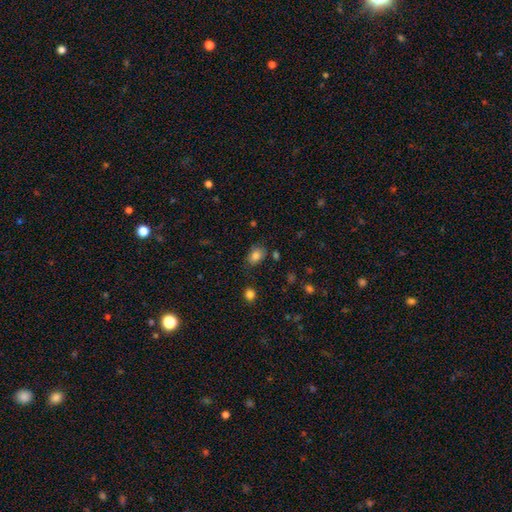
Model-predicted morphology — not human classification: type=smooth (82%); roundness=in between (75%); merging=none (73%).